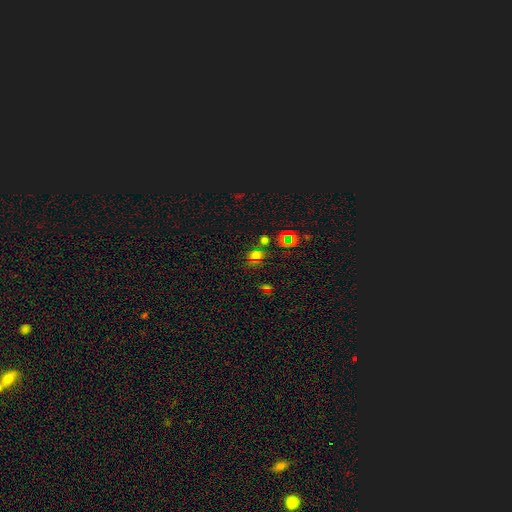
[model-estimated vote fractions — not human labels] A smooth galaxy with no disk features (49%). Merging: none (66%).